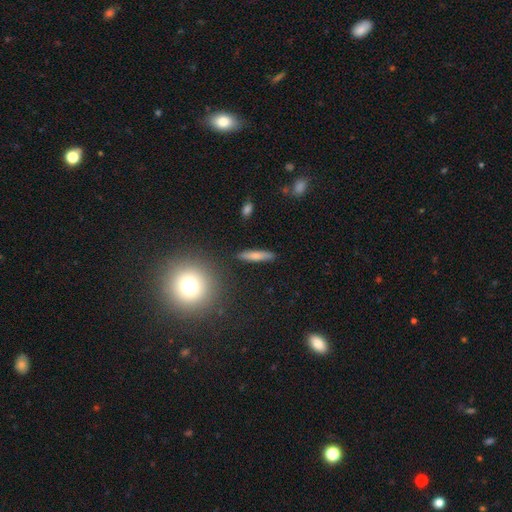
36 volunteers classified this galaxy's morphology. A smooth galaxy with no disk features (75%) that is cigar-shaped (81%). Merging: none (97%).